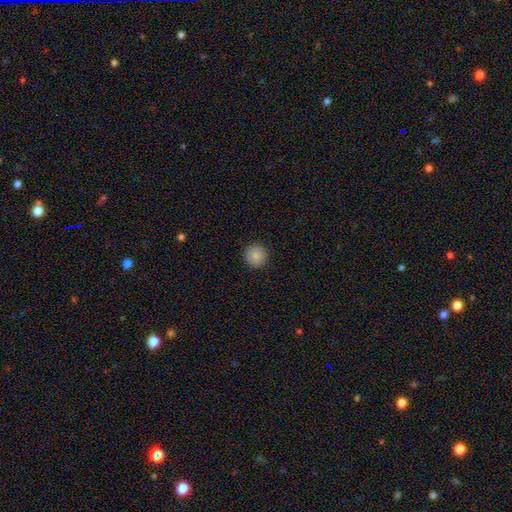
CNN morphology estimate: smooth 86%, star or artifact 9%, featured or disk 5%. Down the decision tree: how rounded — round (95%); merging — none (92%).